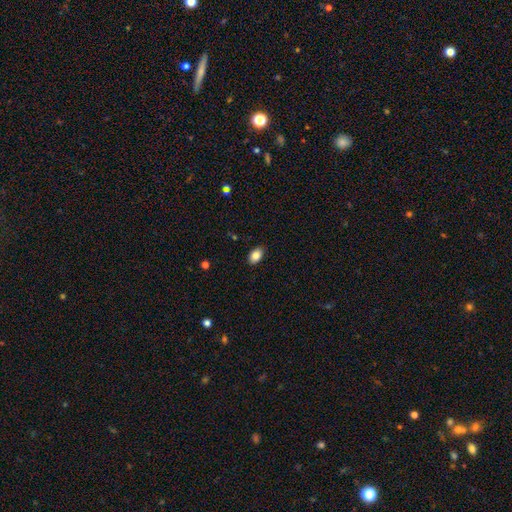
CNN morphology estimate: The model was most divided on "how rounded": in between: 87%, round: 12%, cigar-shaped: 1%. More confident: merging — none (88%); smooth or featured — smooth (85%).